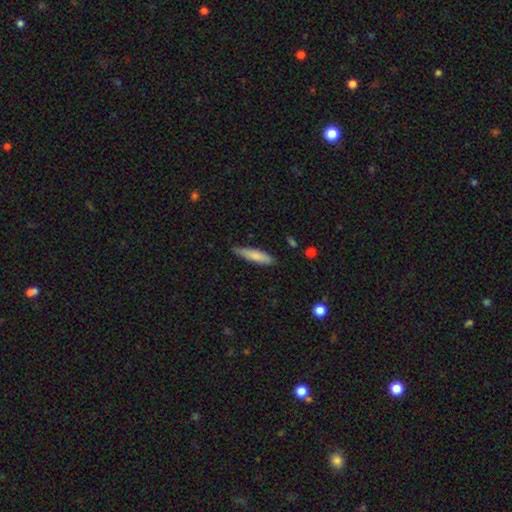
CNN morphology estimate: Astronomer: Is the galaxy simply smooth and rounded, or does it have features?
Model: smooth — 78%.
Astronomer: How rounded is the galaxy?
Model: cigar-shaped — 77%.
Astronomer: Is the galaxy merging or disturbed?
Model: none — 75%.